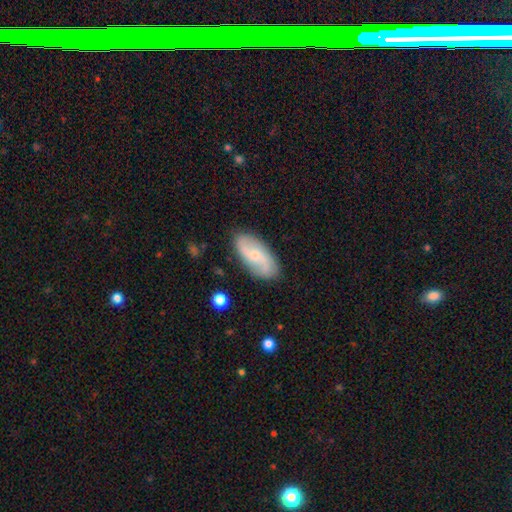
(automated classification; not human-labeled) featured or disk 66%, smooth 28%, star or artifact 6%. Down the decision tree: edge-on disk — no (94%); bar — no (52%); spiral arms — yes (92%); spiral arm count — 2 (86%); spiral winding — loose (51%); bulge size — small (65%); merging — none (84%).